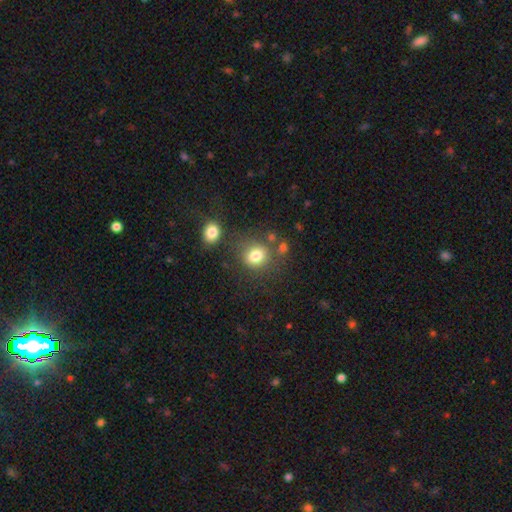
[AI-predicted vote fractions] smooth-or-featured: smooth: 80% | star or artifact: 12% | featured or disk: 8%
  how-rounded: round: 77% | in between: 22% | cigar-shaped: 1%
  merging: none: 70% | minor disturbance: 13% | merger: 10% | major disturbance: 6%